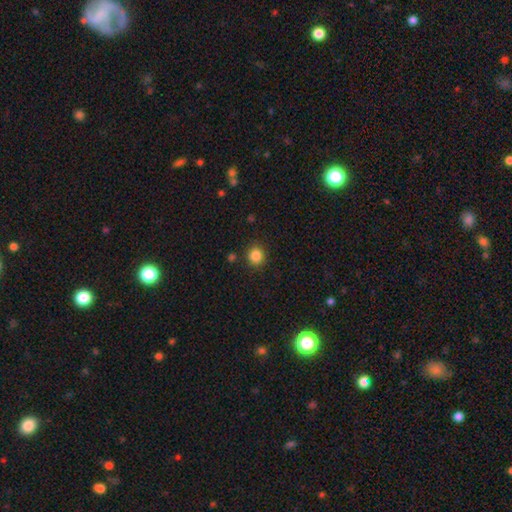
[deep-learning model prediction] This appears to be a smooth galaxy with no disk features (85%) that is round (87%). Merging: none (87%).